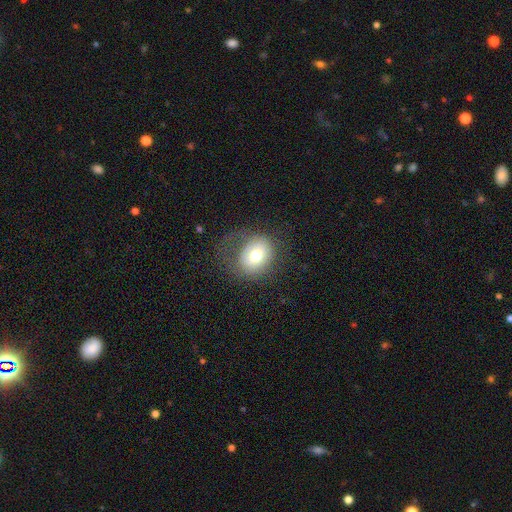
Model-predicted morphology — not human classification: Smooth or featured?
  - smooth: 66% *
  - featured or disk: 23%
  - star or artifact: 11%
How rounded?
  - round: 64% *
  - in between: 35%
  - cigar-shaped: 1%
Merging?
  - none: 58% *
  - major disturbance: 21%
  - minor disturbance: 20%
  - merger: 1%